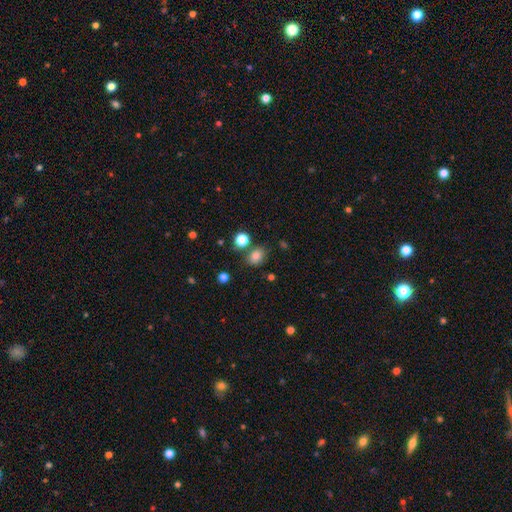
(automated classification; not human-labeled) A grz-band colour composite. It shows a smooth galaxy with no disk features (81%) that is in between round and cigar-shaped (53%). Merging: none (74%).